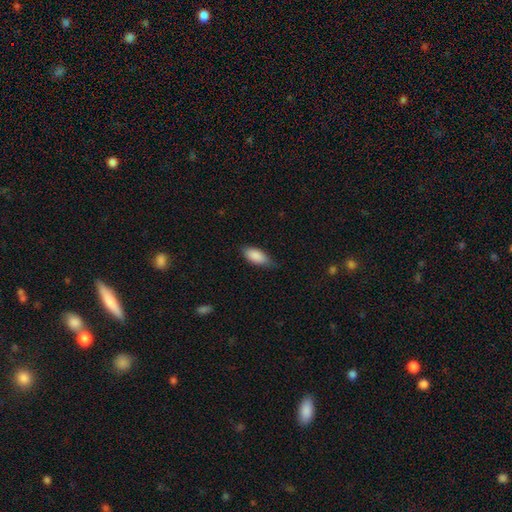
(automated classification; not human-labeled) Q: Smooth or featured?
A: smooth (89%); runner-up: star or artifact (6%)
Q: How rounded?
A: in between (88%); runner-up: cigar-shaped (10%)
Q: Merging?
A: none (69%); runner-up: minor disturbance (26%)